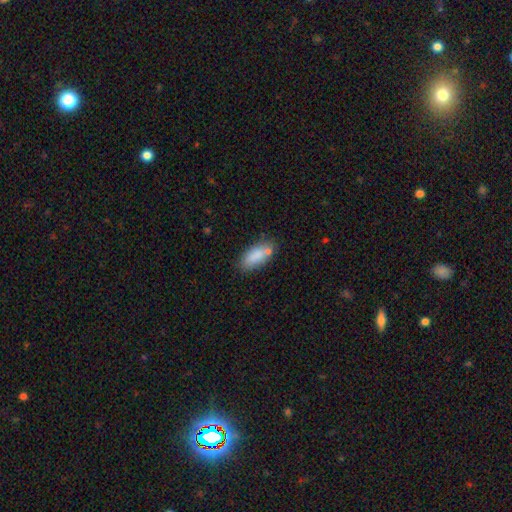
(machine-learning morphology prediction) Overall: smooth (83%). How rounded: in between (85%). Merging: none (65%).